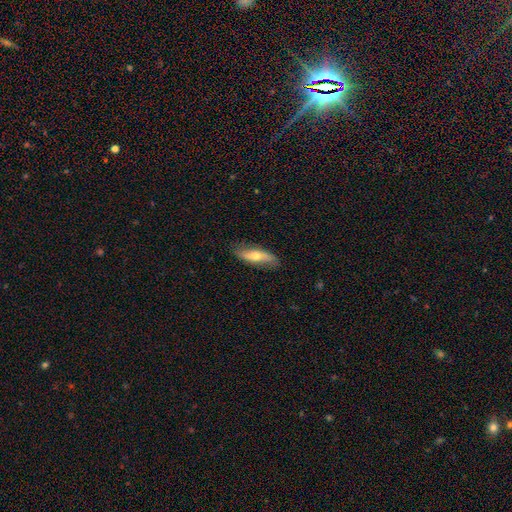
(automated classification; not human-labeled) smooth-or-featured: featured or disk: 48% | smooth: 46% | star or artifact: 6%
  merging: none: 80% | minor disturbance: 15% | major disturbance: 3% | merger: 1%